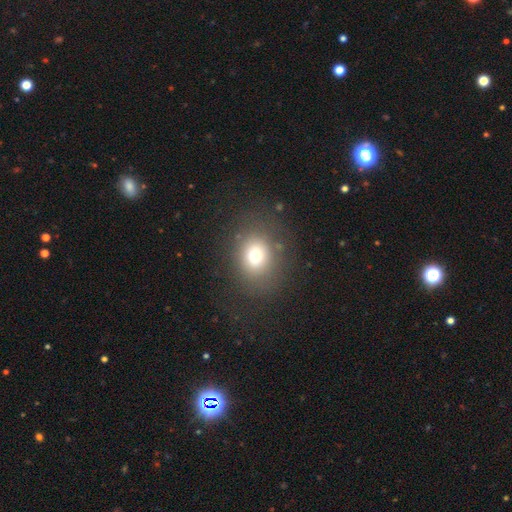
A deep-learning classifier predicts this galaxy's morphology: Smooth or featured? Predicted: smooth (p=0.71). How rounded? Predicted: round (p=0.63). Merging? Predicted: none (p=0.78).